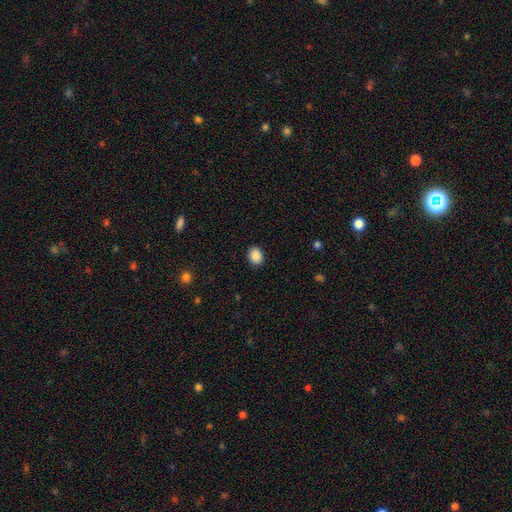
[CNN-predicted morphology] Smooth or featured: smooth — 89% (star or artifact — 9%)
How rounded: round — 55% (in between — 44%)
Merging: none — 90% (minor disturbance — 7%)